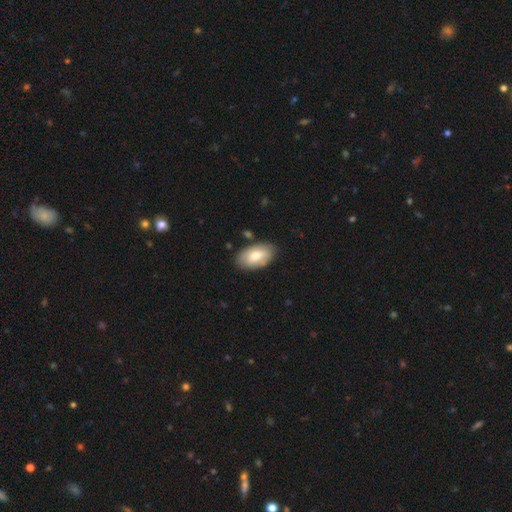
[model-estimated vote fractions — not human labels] This appears to be a smooth galaxy with no disk features (74%) that is in between round and cigar-shaped (95%). Merging: none (79%).